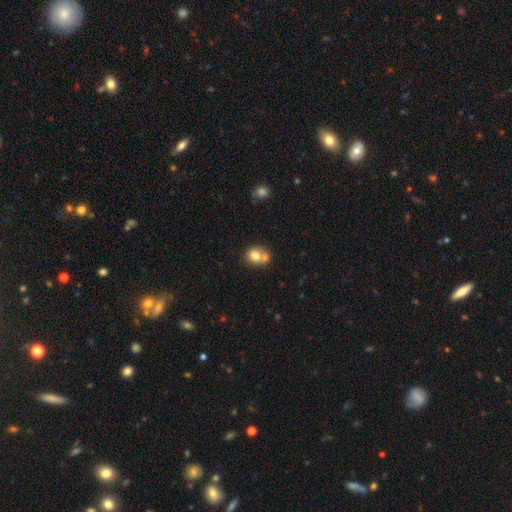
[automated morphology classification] Smooth or featured? Predicted: smooth (p=0.75). How rounded? Predicted: round (p=0.71). Merging? Predicted: merger (p=0.46).